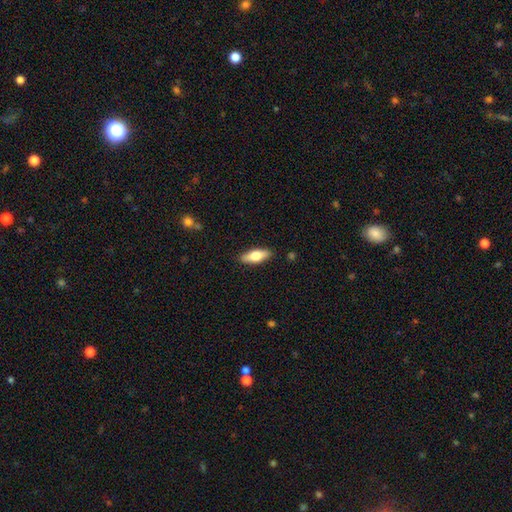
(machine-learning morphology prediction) type=smooth (61%); roundness=in between (67%); merging=none (88%).